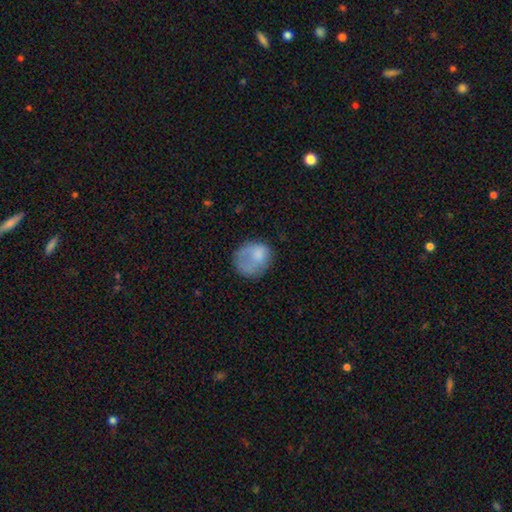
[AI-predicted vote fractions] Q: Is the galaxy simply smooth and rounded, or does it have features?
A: smooth — 72%.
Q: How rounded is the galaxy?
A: round — 62%.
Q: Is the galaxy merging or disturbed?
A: none — 41%.